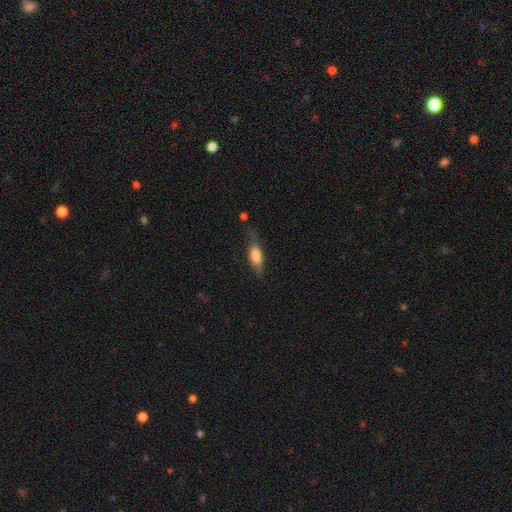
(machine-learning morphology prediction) This appears to be a smooth galaxy with no disk features (72%) that is in between round and cigar-shaped (63%). Merging: none (52%).